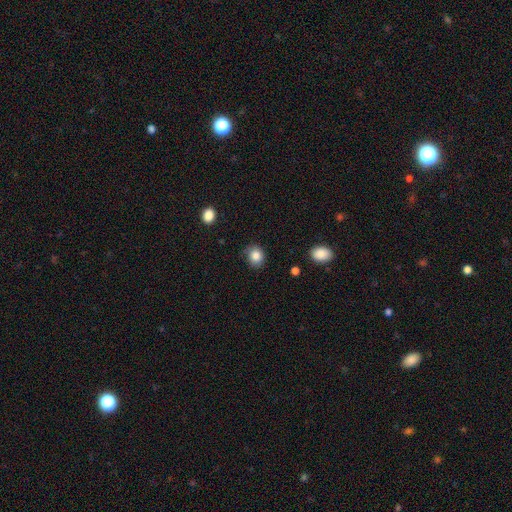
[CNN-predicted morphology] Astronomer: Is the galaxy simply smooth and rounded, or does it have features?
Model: smooth — 85%.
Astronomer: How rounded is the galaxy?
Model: round — 67%.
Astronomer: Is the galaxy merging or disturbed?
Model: none — 79%.